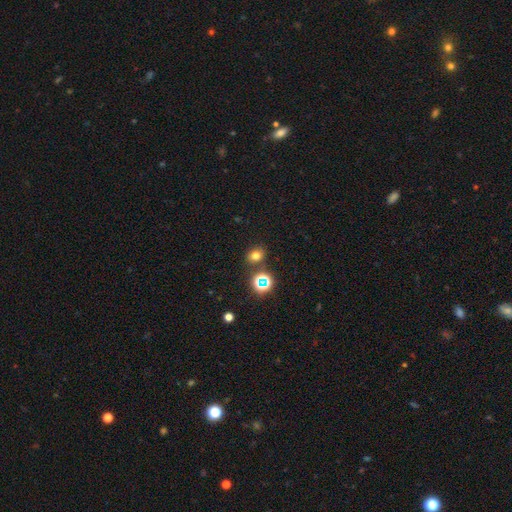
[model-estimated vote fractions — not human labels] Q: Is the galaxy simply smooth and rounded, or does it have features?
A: smooth — 69%.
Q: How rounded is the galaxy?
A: round — 54%.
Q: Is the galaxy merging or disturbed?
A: none — 81%.